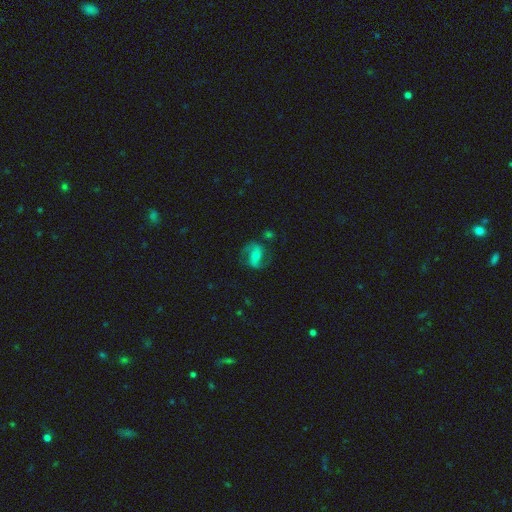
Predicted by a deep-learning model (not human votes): Smooth or featured? Predicted: featured or disk (p=0.78). Edge-on disk? Predicted: no (p=0.97). Bar? Predicted: weak (p=0.38). Spiral arms? Predicted: yes (p=0.94). Spiral winding? Predicted: medium (p=0.50). Spiral arm count? Predicted: 2 (p=0.91). Bulge size? Predicted: moderate (p=0.51). Merging? Predicted: none (p=0.73).